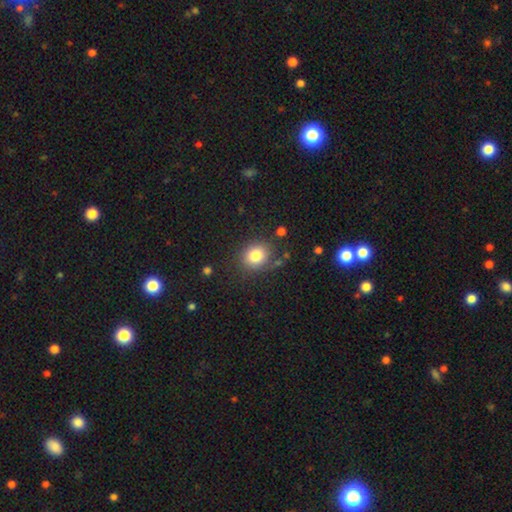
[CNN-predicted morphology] type=smooth (81%); roundness=round (69%); merging=none (81%).